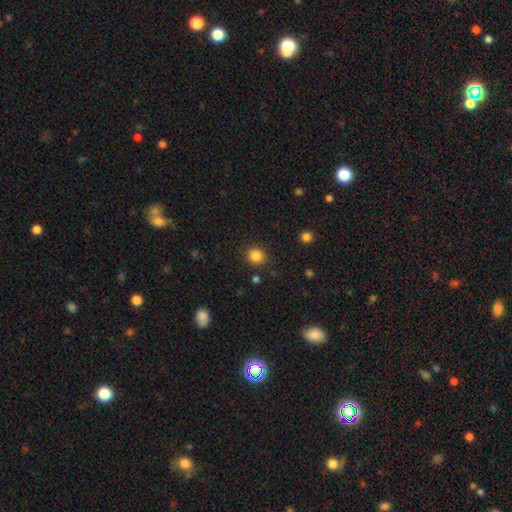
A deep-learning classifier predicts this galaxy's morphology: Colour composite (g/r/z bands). It shows a smooth galaxy with no disk features (85%) that is round (86%). Merging: none (87%).